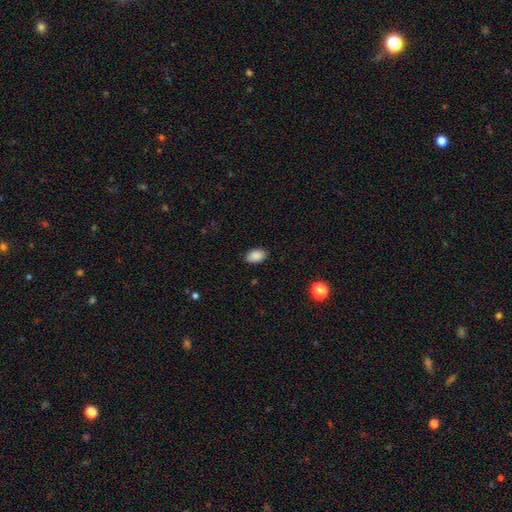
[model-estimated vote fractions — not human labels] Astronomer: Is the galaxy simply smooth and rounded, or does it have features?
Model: smooth — 89%.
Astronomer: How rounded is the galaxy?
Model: in between — 90%.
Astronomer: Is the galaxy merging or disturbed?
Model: none — 86%.